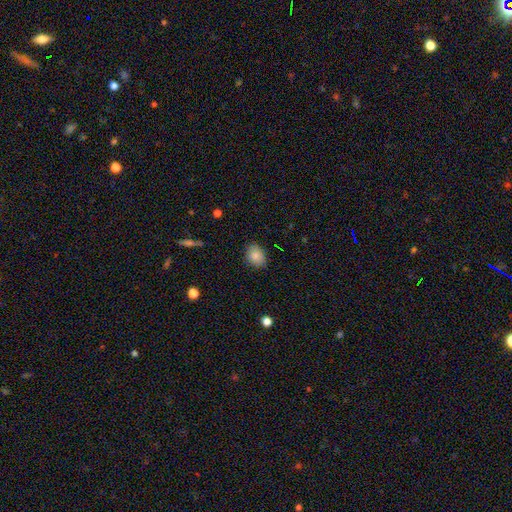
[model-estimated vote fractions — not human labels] This is clearly a smooth galaxy (84%). How rounded: possibly in between (56%). Merging: clearly none (81%).